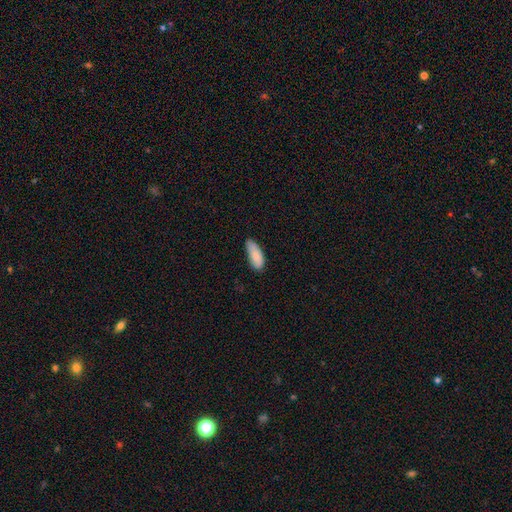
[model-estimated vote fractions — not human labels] This is clearly a smooth galaxy (86%). How rounded: likely in between (78%). Merging: possibly none (59%).